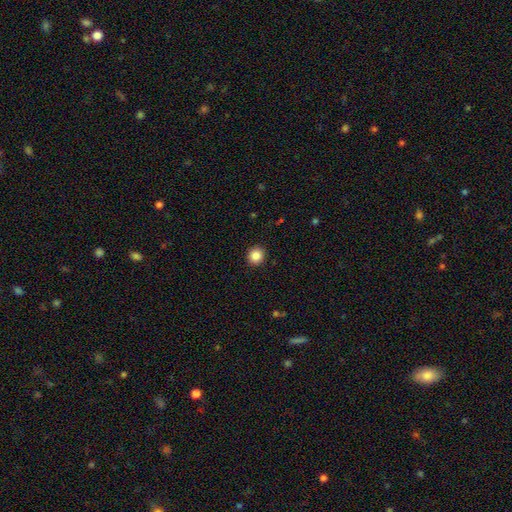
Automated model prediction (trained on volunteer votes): Smooth or featured? Predicted: smooth (p=0.86). How rounded? Predicted: round (p=0.90). Merging? Predicted: none (p=0.92).